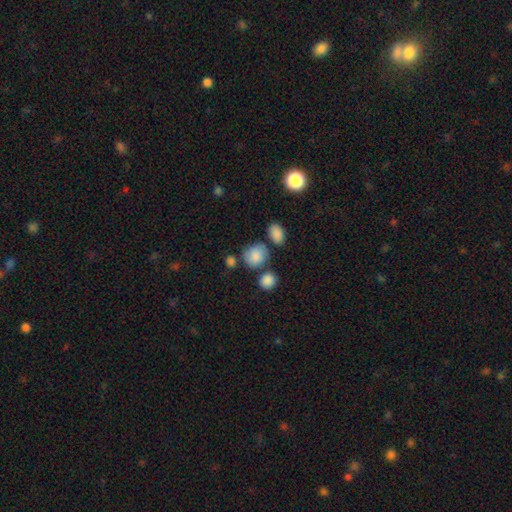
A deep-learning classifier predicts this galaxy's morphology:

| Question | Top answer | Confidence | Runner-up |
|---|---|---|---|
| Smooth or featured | smooth | 83% | star or artifact (9%) |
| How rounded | round | 69% | in between (30%) |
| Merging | none | 63% | minor disturbance (18%) |